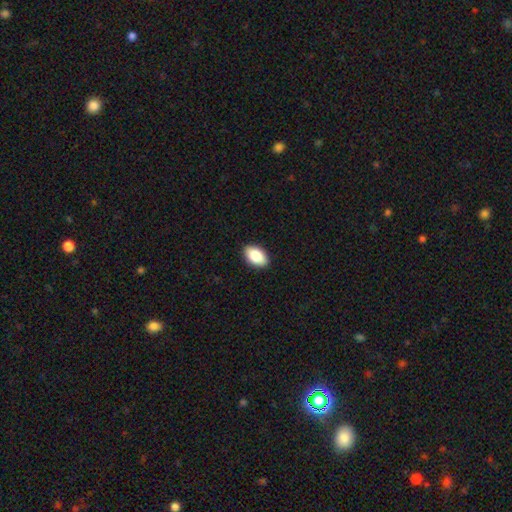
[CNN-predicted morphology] Overall: smooth (85%). How rounded: in between (92%). Merging: none (90%).